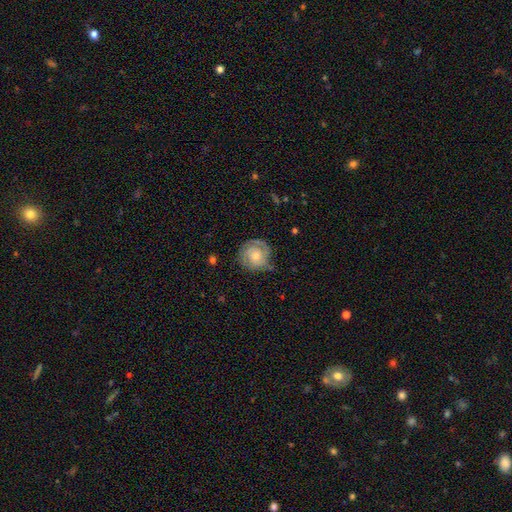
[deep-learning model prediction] Morphology: type=featured or disk (77%); edge-on=no (98%); bar=no (76%); spiral arms=yes (95%); winding=tight (72%); arm count=2 (50%); bulge=small (56%); merging=none (71%).